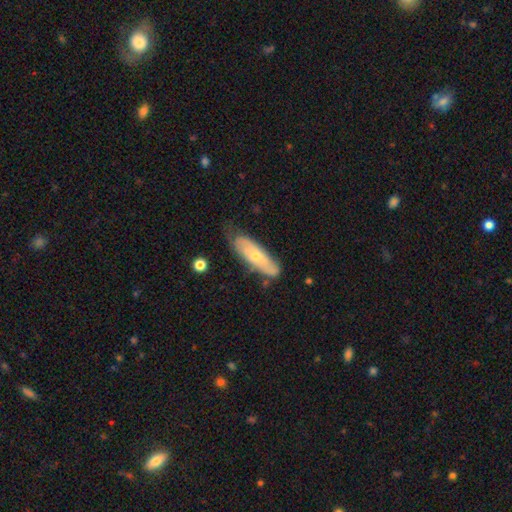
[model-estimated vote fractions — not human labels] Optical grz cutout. It shows a featured or disk galaxy (48%). Merging: none (61%).